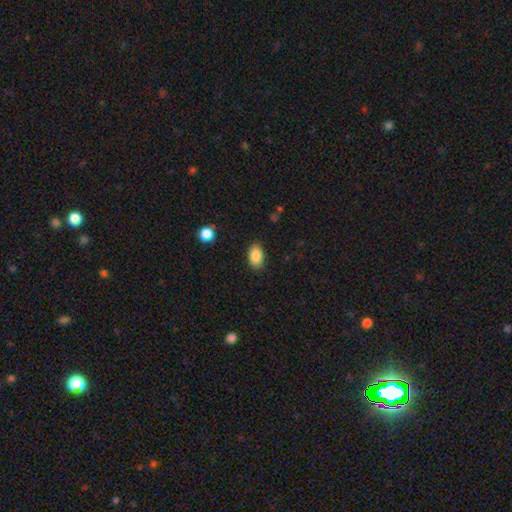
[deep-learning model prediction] A smooth galaxy with no disk features (88%) that is in between round and cigar-shaped (89%). Merging: none (85%).